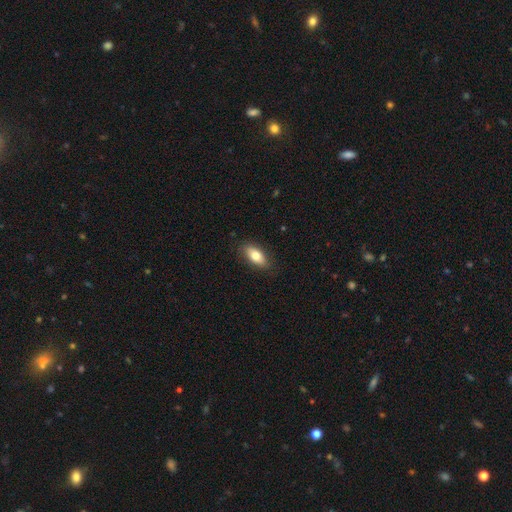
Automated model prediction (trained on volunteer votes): smooth-or-featured: smooth: 78% | featured or disk: 15% | star or artifact: 7%
  how-rounded: in between: 87% | cigar-shaped: 9% | round: 4%
  merging: none: 86% | minor disturbance: 11% | major disturbance: 2% | merger: 1%